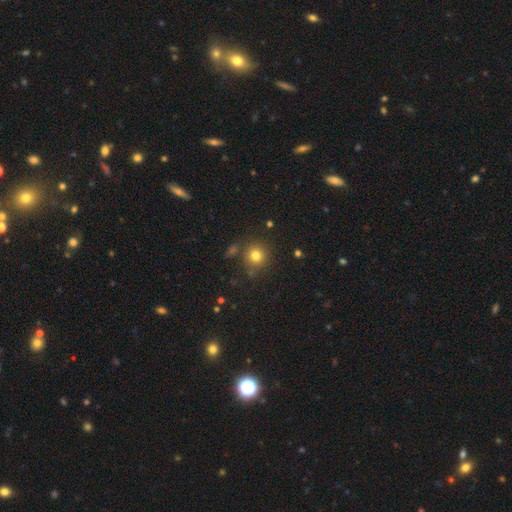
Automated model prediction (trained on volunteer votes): Smooth or featured? Predicted: smooth (p=0.79). How rounded? Predicted: round (p=0.91). Merging? Predicted: none (p=0.81).